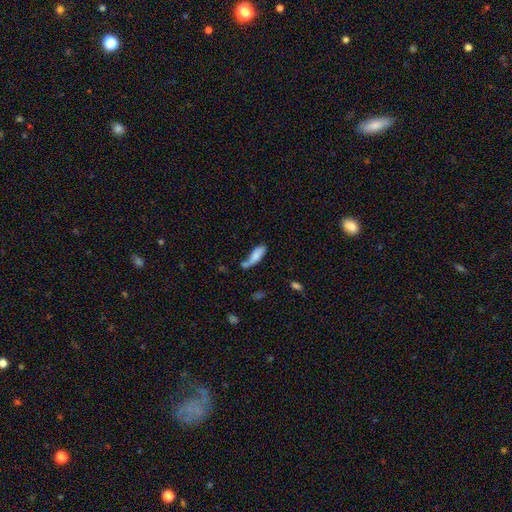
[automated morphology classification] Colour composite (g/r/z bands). It shows a smooth galaxy with no disk features (77%) that is in between round and cigar-shaped (58%). Merging: none (42%).